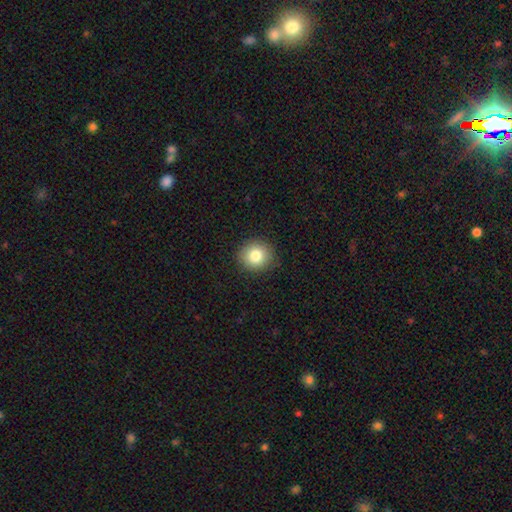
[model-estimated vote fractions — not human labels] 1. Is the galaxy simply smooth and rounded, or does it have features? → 81% smooth, 10% star or artifact, 8% featured or disk.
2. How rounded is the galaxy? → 88% round, 11% in between, 1% cigar-shaped.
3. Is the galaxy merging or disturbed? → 90% none, 7% minor disturbance, 2% major disturbance, 1% merger.